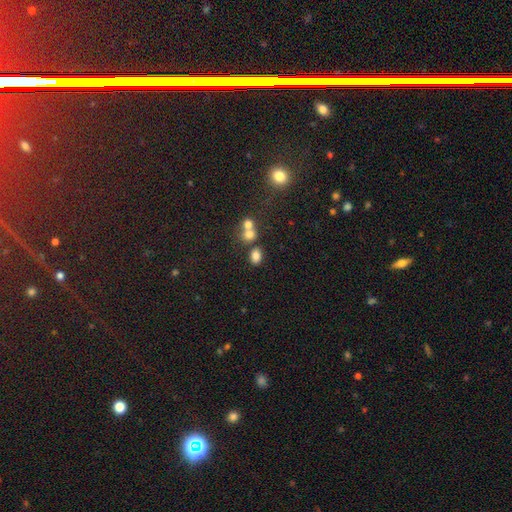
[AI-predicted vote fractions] Smooth or featured? smooth (79%)
How rounded? in between (68%)
Merging? none (59%)